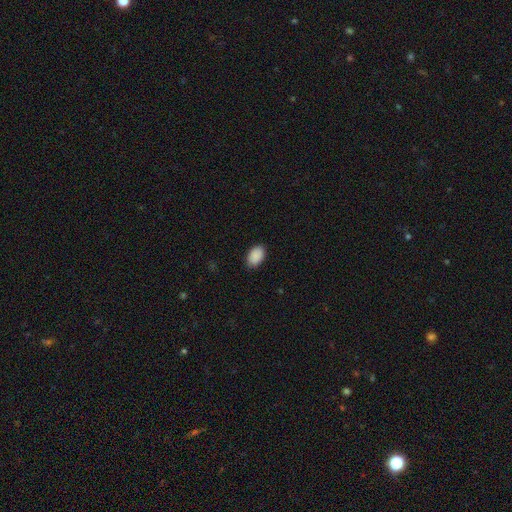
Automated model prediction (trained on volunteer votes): Overall: smooth (91%). How rounded: in between (91%). Merging: none (87%).